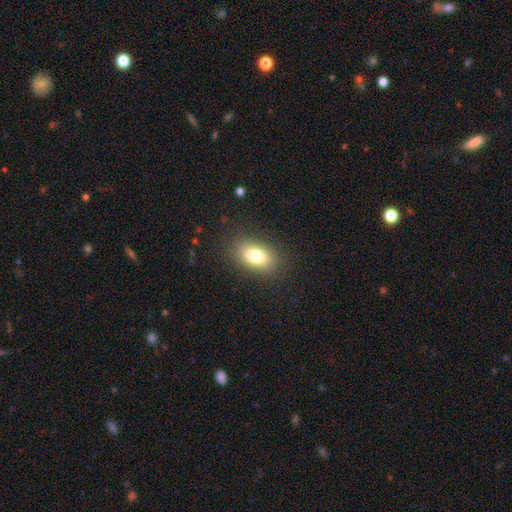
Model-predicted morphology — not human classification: This appears to be a smooth galaxy with no disk features (79%) that is in between round and cigar-shaped (89%). Merging: none (86%).